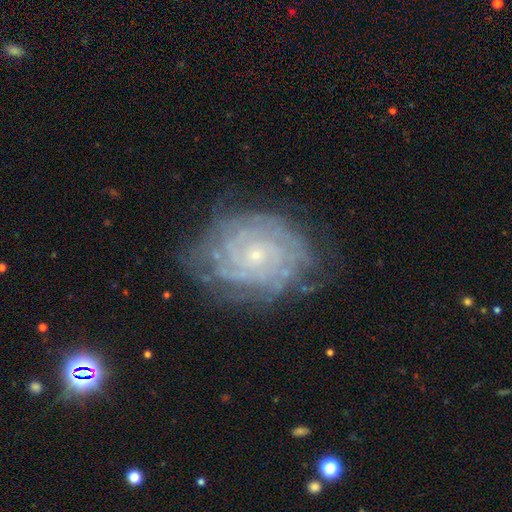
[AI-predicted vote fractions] The model was most divided on "spiral arm count": can't tell: 35%, 4: 17%, 2: 16%, 3: 14%, more than 4: 11%, 1: 7%. More confident: edge-on disk — no (97%); spiral arms — yes (96%); smooth or featured — featured or disk (86%); spiral winding — tight (83%); bulge size — small (80%); bar — no (77%); merging — none (74%).